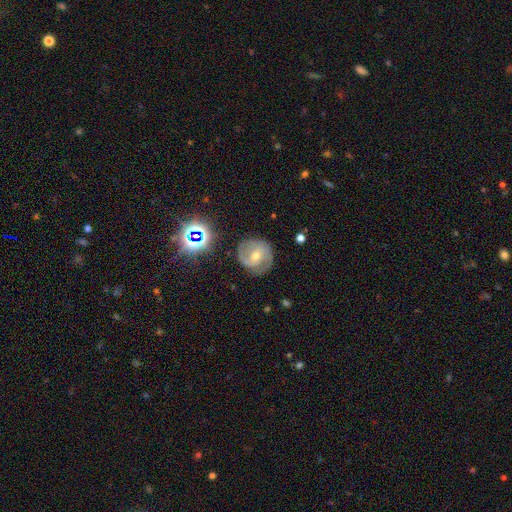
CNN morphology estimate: A featured or disk galaxy (66%) with no bar (41%), 2 (61%) tight (60%) spiral arms (84%) and a moderate central bulge (56%).

Vote fractions:
- Smooth or featured? featured or disk: 66% / star or artifact: 19% / smooth: 15%
- Edge-on disk? no: 96% / yes: 4%
- Bar? no: 41% / weak: 40% / strong: 19%
- Spiral arms? yes: 84% / no: 16%
- Spiral winding? tight: 60% / medium: 31% / loose: 8%
- Spiral arm count? 2: 61% / can't tell: 20% / 3: 8% / 1: 5% / 4: 3% / more than 4: 3%
- Bulge size? moderate: 56% / small: 40% / large: 2% / none: 1% / dominant: 1%
- Merging? none: 81% / minor disturbance: 12% / major disturbance: 5% / merger: 3%